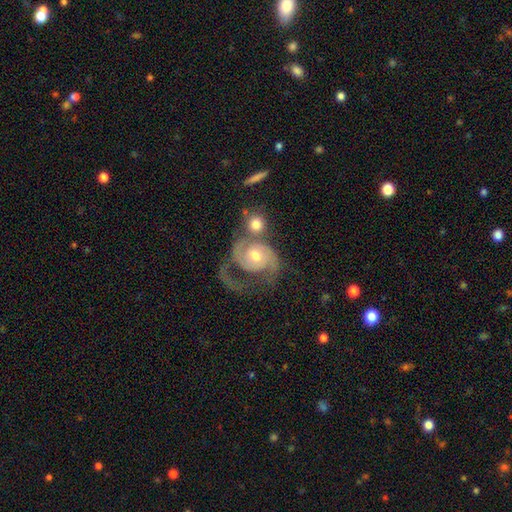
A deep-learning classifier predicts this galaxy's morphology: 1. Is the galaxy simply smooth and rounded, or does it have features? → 81% featured or disk, 13% smooth, 6% star or artifact.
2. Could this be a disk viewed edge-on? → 97% no, 3% yes.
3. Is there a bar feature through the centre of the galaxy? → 71% no, 24% weak, 5% strong.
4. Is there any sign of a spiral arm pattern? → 94% yes, 6% no.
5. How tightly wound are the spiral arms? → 44% medium, 28% tight, 28% loose.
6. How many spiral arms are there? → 69% 2, 16% 1, 8% can't tell, 4% 3, 2% 4, 1% more than 4.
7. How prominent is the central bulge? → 65% moderate, 27% small, 5% large, 1% none, 1% dominant.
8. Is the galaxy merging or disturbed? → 35% merger, 26% none, 25% major disturbance, 13% minor disturbance.